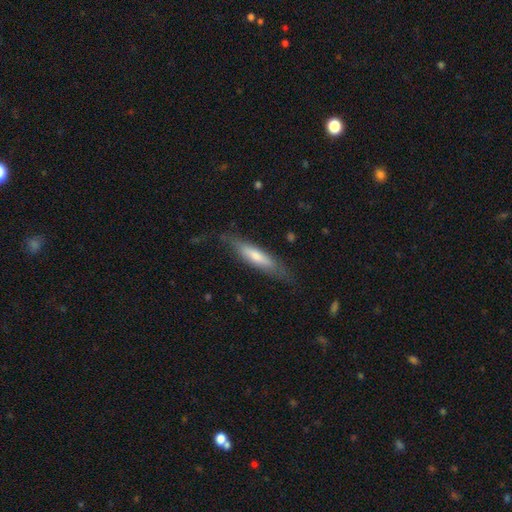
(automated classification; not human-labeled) Smooth or featured? featured or disk (51%)
Edge-on disk? yes (77%)
Merging? none (77%)